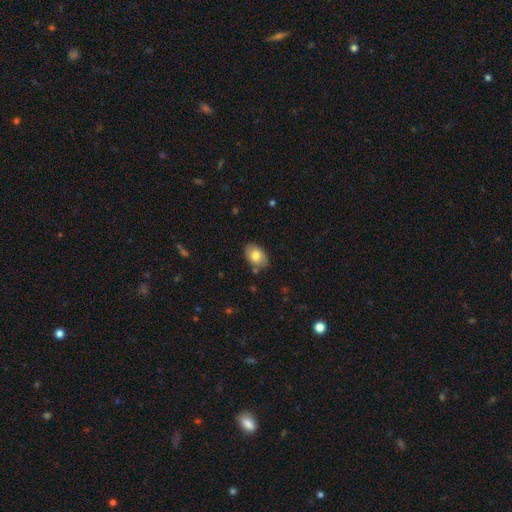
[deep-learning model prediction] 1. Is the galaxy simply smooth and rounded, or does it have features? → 76% smooth, 17% featured or disk, 7% star or artifact.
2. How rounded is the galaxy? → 85% in between, 14% round, 1% cigar-shaped.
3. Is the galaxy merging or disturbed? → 80% none, 15% minor disturbance, 3% major disturbance, 3% merger.